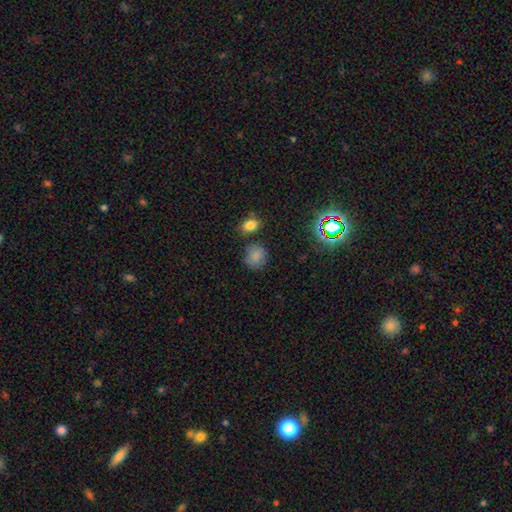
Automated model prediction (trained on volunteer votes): This is likely a smooth galaxy (79%). How rounded: likely round (80%). Merging: likely none (74%).